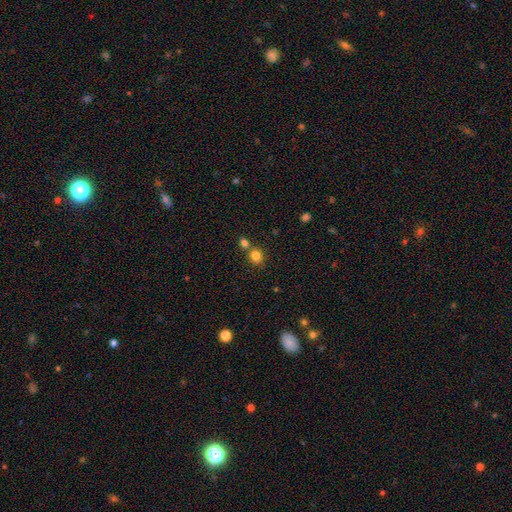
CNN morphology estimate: This is clearly a smooth galaxy (82%). How rounded: likely round (76%). Merging: likely none (61%).